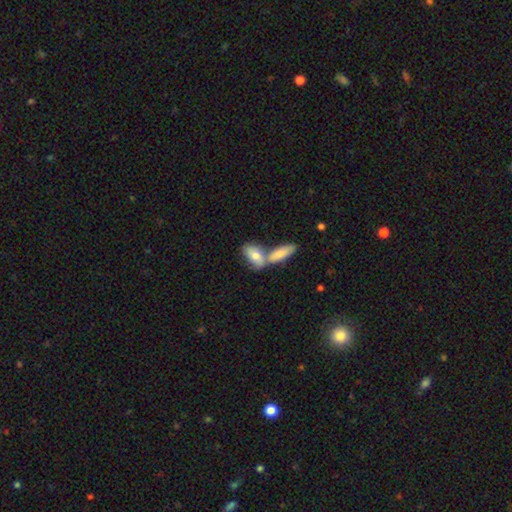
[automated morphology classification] A smooth galaxy with no disk features (73%) that is in between round and cigar-shaped (80%). Merging: merger (54%).